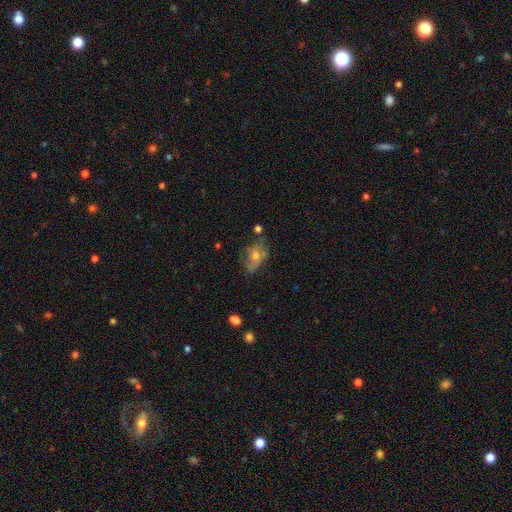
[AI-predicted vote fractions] The model was most divided on "smooth or featured": featured or disk: 44%, smooth: 43%, star or artifact: 13%. More confident: merging — none (57%).